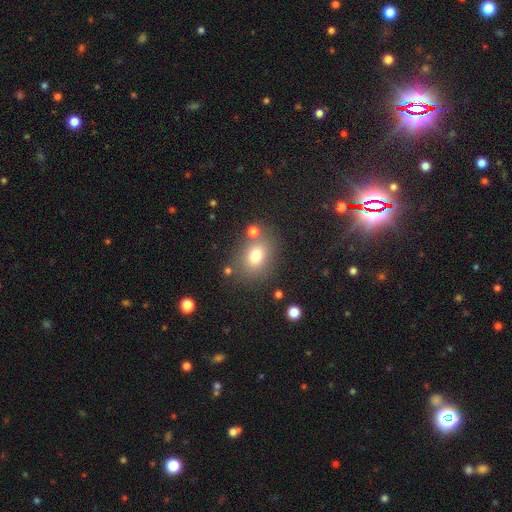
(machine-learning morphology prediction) Overall: smooth (75%). How rounded: in between (51%; round 47%). Merging: none (73%).